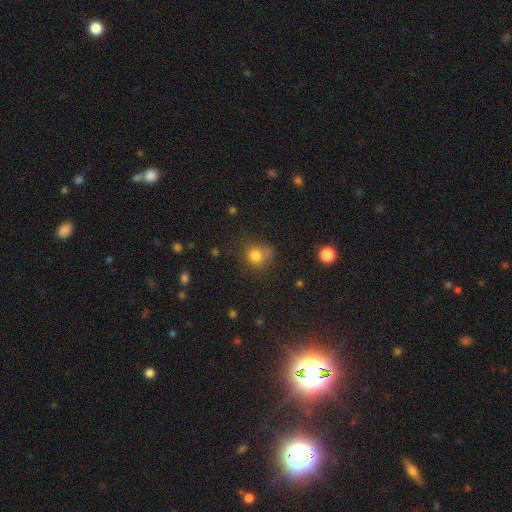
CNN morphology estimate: smooth_or_featured: smooth (p=0.78) [alt: star or artifact p=0.14]
how_rounded: round (p=0.79) [alt: in between p=0.20]
merging: none (p=0.59) [alt: minor disturbance p=0.23]